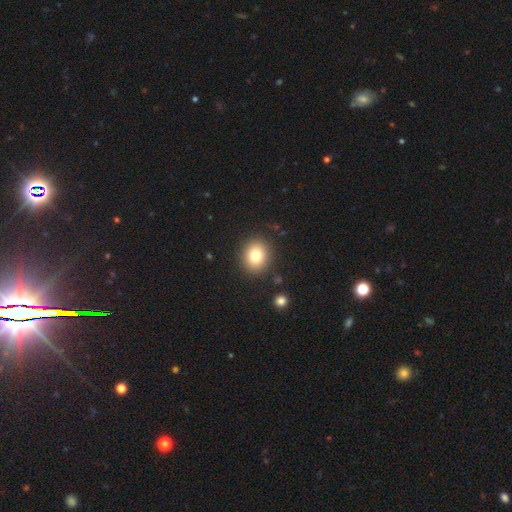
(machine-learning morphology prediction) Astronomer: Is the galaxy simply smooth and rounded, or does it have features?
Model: smooth — 78%.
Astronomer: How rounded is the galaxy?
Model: round — 70%.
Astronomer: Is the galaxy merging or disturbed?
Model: none — 88%.